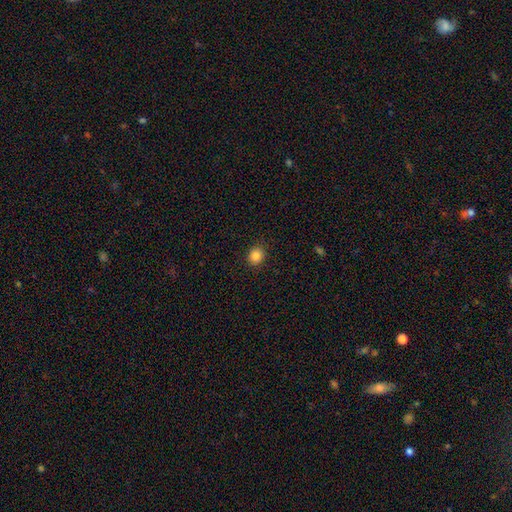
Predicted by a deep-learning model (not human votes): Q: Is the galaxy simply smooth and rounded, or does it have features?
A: smooth — 86%.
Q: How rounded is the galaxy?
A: round — 74%.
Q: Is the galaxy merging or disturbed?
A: none — 90%.